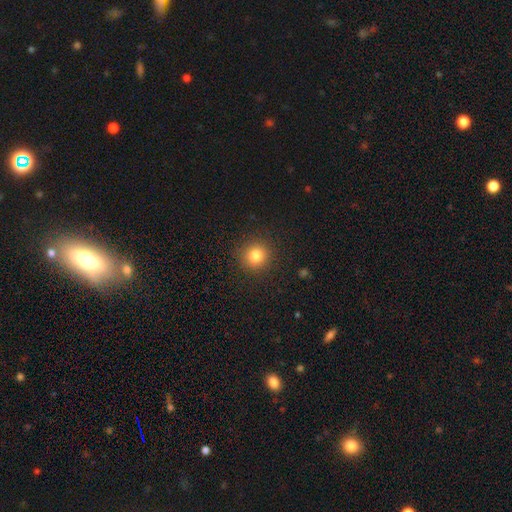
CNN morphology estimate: smooth-or-featured: smooth: 81% | star or artifact: 13% | featured or disk: 6%
  how-rounded: round: 93% | in between: 6% | cigar-shaped: 1%
  merging: none: 91% | minor disturbance: 6% | major disturbance: 2% | merger: 1%